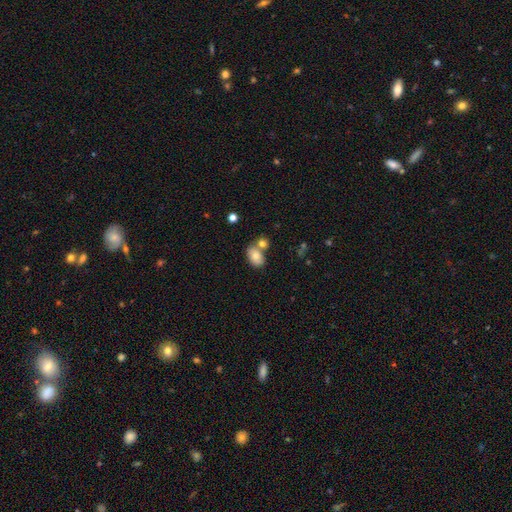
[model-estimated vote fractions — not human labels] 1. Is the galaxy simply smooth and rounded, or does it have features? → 73% smooth, 19% featured or disk, 8% star or artifact.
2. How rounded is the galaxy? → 81% in between, 18% round, 1% cigar-shaped.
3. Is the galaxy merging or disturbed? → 47% none, 35% merger, 14% minor disturbance, 4% major disturbance.